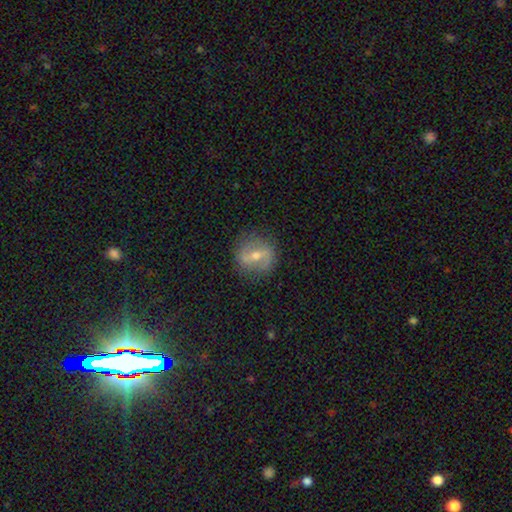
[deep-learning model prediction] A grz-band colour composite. It shows a featured or disk galaxy (65%) with a strong bar (48%), spiral arms (69%) and a moderate central bulge (60%). Merging: none (82%).